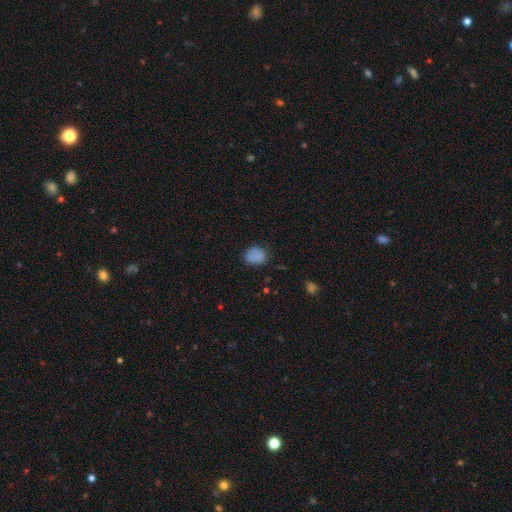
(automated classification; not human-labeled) This appears to be a smooth galaxy with no disk features (80%) that is round (50%). Merging: none (69%).